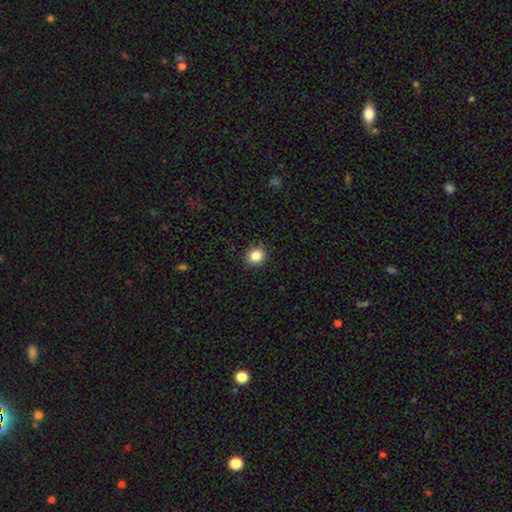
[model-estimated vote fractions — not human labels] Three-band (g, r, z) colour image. It shows a smooth galaxy with no disk features (85%) that is round (80%). Merging: none (91%).